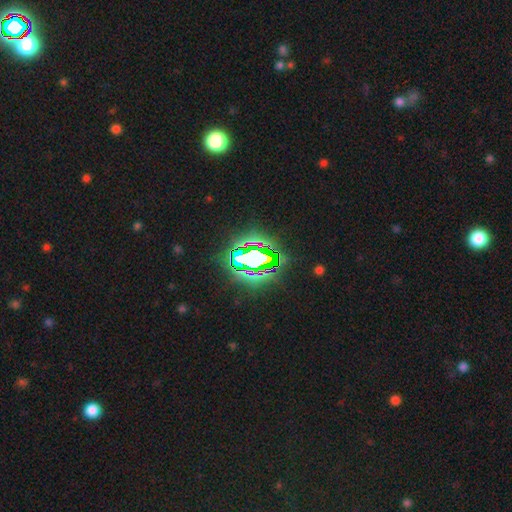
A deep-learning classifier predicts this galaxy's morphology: Smooth or featured?
  - star or artifact: 68% *
  - featured or disk: 17%
  - smooth: 14%